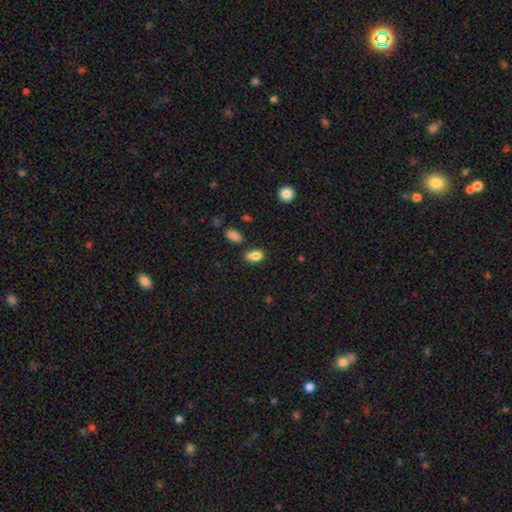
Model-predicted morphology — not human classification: Smooth or featured? smooth (82%)
How rounded? in between (82%)
Merging? none (53%)